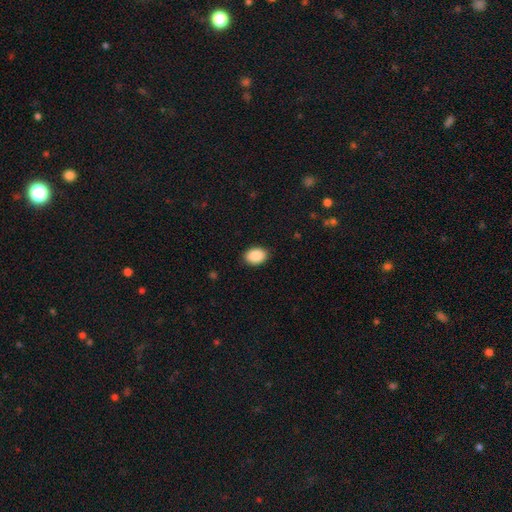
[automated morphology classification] Overall: smooth (90%). How rounded: in between (78%). Merging: none (88%).